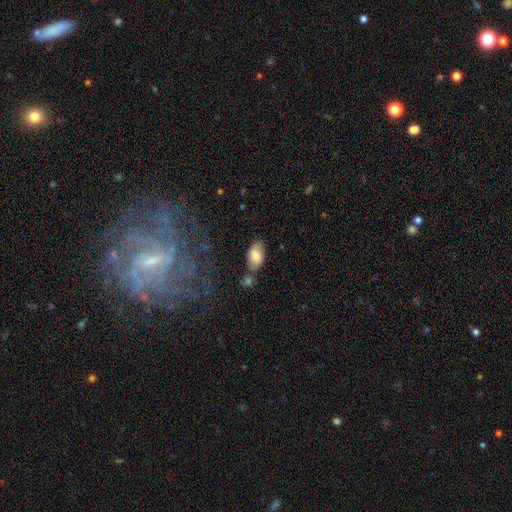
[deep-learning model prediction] A smooth galaxy with no disk features (81%) that is in between round and cigar-shaped (94%).

Vote fractions:
- Smooth or featured? smooth: 81% / featured or disk: 12% / star or artifact: 7%
- How rounded? in between: 94% / round: 4% / cigar-shaped: 2%
- Merging? none: 65% / minor disturbance: 16% / merger: 15% / major disturbance: 4%